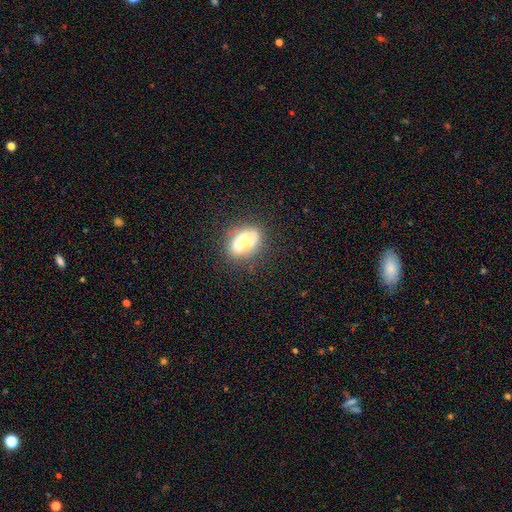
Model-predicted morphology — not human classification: A smooth galaxy with no disk features (71%) that is in between round and cigar-shaped (78%). Merging: none (85%).